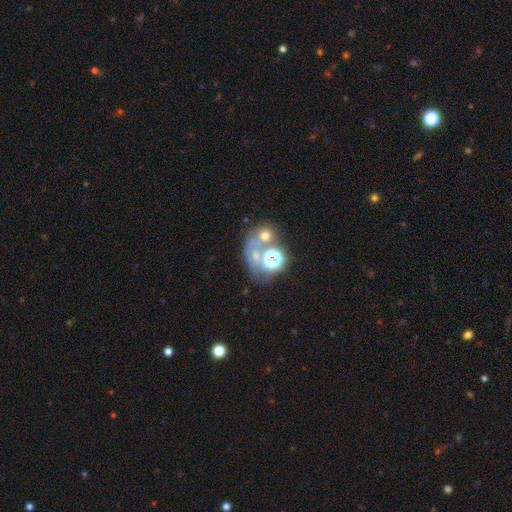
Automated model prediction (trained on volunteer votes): Smooth or featured? smooth (44%)
Merging? merger (39%)